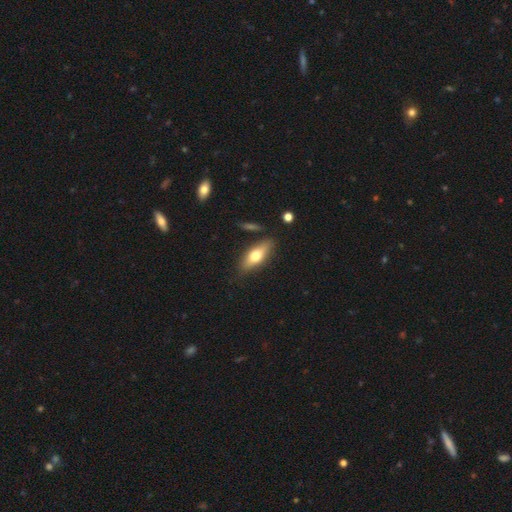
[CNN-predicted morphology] Overall: smooth (64%; featured or disk 30%). How rounded: in between (67%; cigar-shaped 30%). Merging: none (81%).